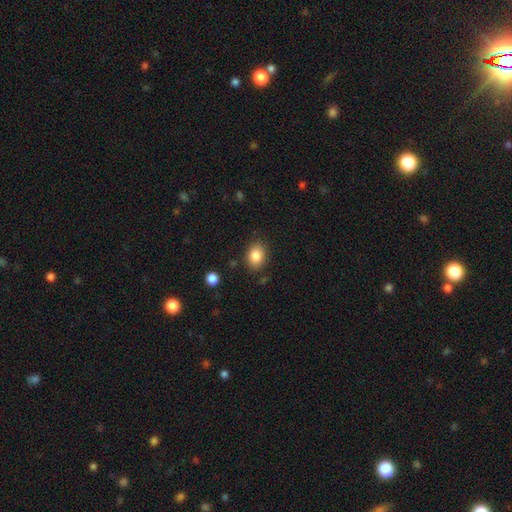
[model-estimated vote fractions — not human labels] smooth 86%, star or artifact 9%, featured or disk 6%. Down the decision tree: how rounded — in between (65%); merging — none (84%).